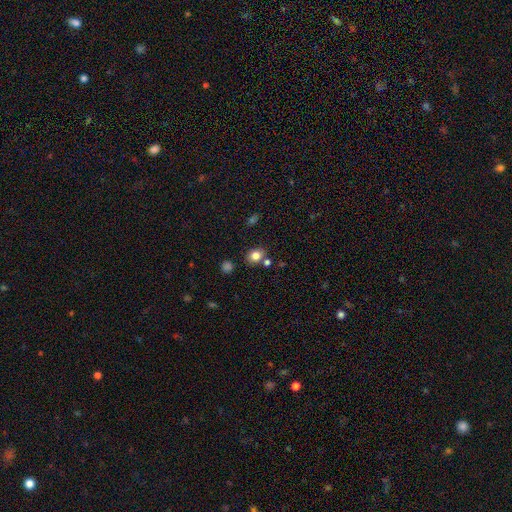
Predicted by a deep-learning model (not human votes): smooth 81%, star or artifact 11%, featured or disk 7%. Down the decision tree: how rounded — round (54%); merging — none (76%).